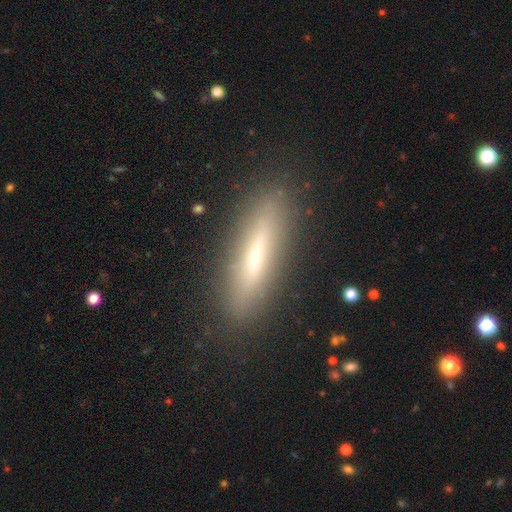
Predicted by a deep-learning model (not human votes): Morphology: type=smooth (50%); roundness=cigar-shaped (81%); merging=none (86%).